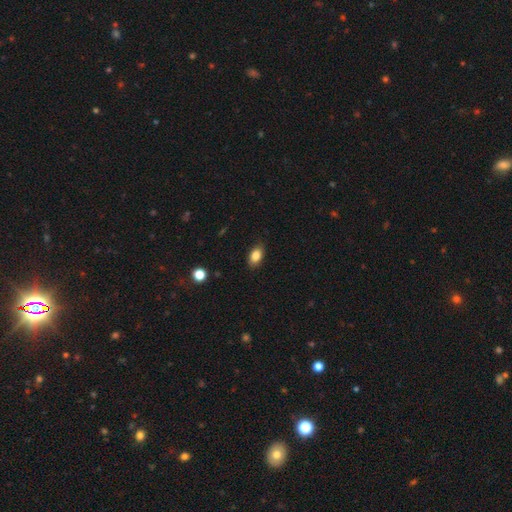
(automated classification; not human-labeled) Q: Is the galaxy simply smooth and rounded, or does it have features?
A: smooth — 85%.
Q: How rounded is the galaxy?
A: in between — 89%.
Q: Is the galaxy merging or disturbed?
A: none — 85%.